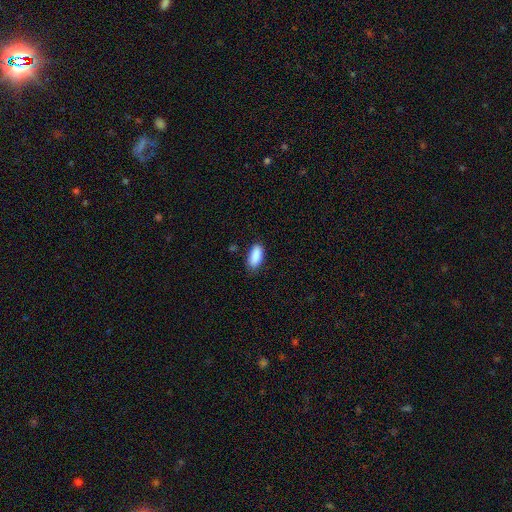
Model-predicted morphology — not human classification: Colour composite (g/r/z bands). It shows a smooth galaxy with no disk features (90%) that is in between round and cigar-shaped (87%). Merging: none (82%).